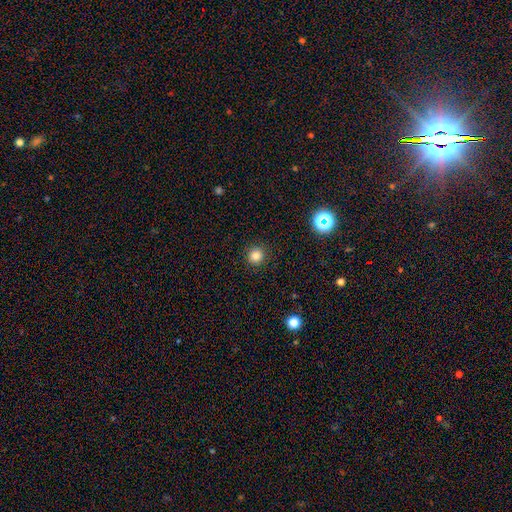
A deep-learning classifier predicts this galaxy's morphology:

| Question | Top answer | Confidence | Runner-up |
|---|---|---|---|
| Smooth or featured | smooth | 82% | star or artifact (13%) |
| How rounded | round | 94% | in between (6%) |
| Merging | none | 91% | minor disturbance (5%) |